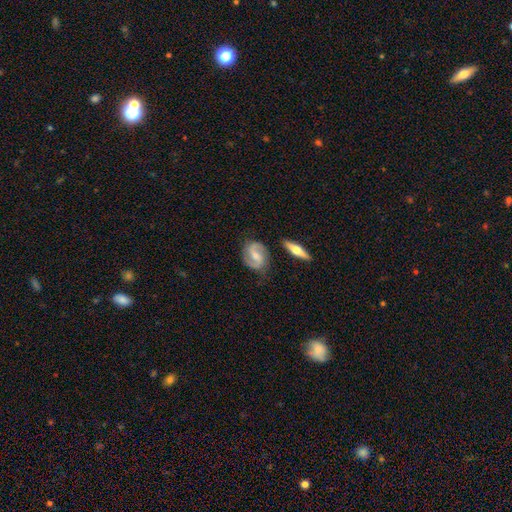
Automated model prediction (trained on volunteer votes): Smooth or featured? featured or disk (78%)
Edge-on disk? no (95%)
Bar? weak (47%)
Spiral arms? yes (94%)
Spiral winding? medium (49%)
Spiral arm count? 2 (91%)
Bulge size? moderate (47%)
Merging? none (79%)